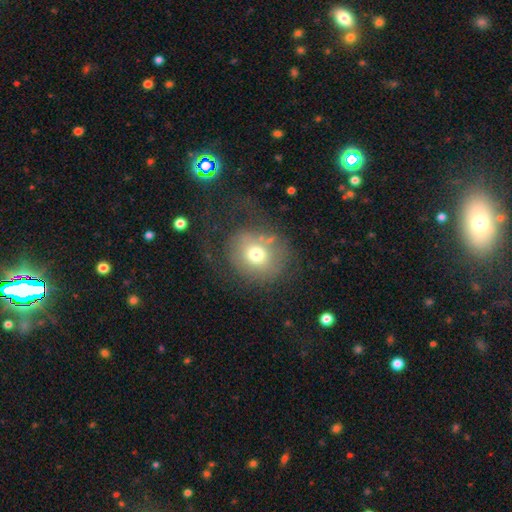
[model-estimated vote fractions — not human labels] smooth 63%, featured or disk 26%, star or artifact 12%. Down the decision tree: how rounded — round (71%); merging — none (47%).